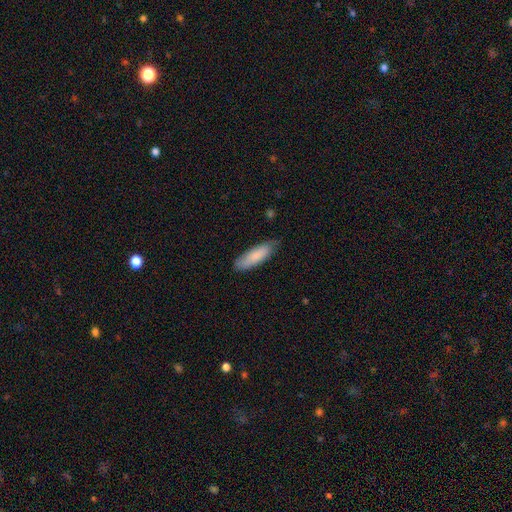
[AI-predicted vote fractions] Q: Smooth or featured?
A: smooth (83%); runner-up: featured or disk (12%)
Q: How rounded?
A: cigar-shaped (52%); runner-up: in between (46%)
Q: Merging?
A: none (75%); runner-up: minor disturbance (21%)